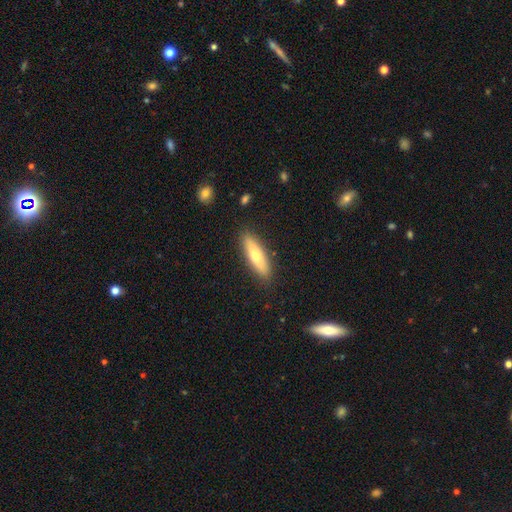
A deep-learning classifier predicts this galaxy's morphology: A smooth galaxy with no disk features (62%) that is cigar-shaped (65%).

Vote fractions:
- Smooth or featured? smooth: 62% / featured or disk: 32% / star or artifact: 6%
- How rounded? cigar-shaped: 65% / in between: 33% / round: 2%
- Merging? none: 89% / minor disturbance: 8% / major disturbance: 2% / merger: 1%